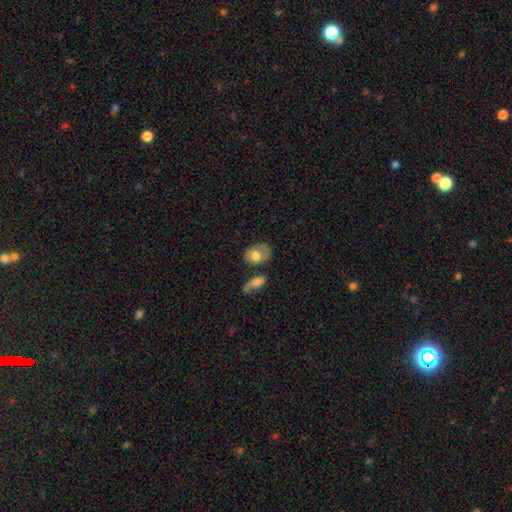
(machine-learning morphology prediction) Smooth or featured? smooth (59%)
How rounded? in between (79%)
Merging? none (54%)